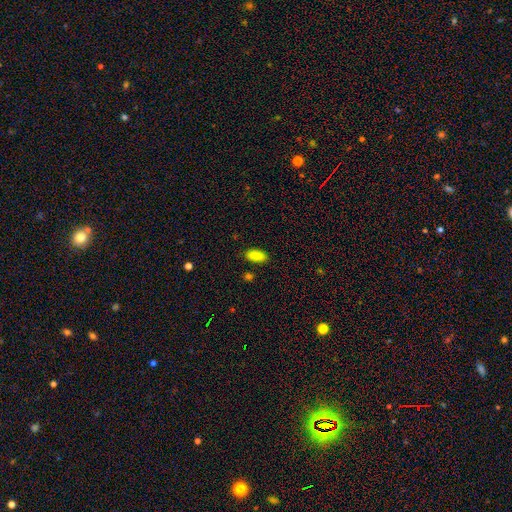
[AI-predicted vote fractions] Smooth or featured: smooth — 87% (star or artifact — 9%)
How rounded: in between — 92% (cigar-shaped — 5%)
Merging: none — 85% (minor disturbance — 10%)